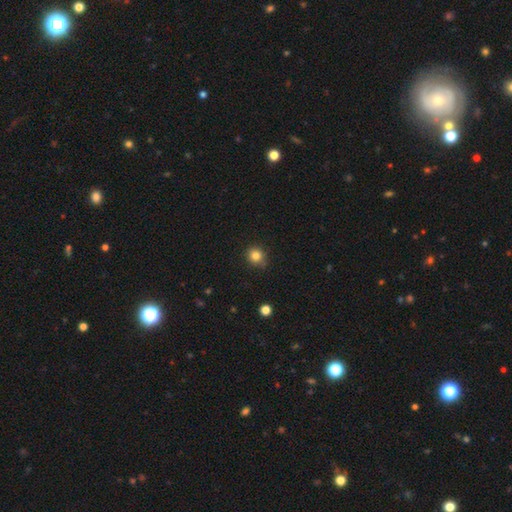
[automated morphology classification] Smooth or featured: smooth — 83% (star or artifact — 12%)
How rounded: round — 84% (in between — 15%)
Merging: none — 83% (minor disturbance — 14%)